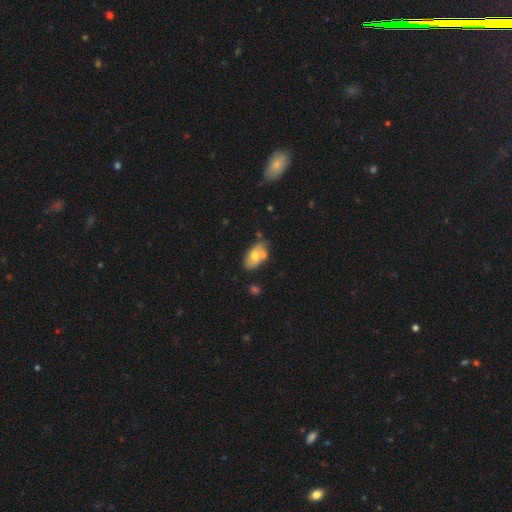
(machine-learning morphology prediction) The model was most divided on "merging": none: 49%, merger: 25%, minor disturbance: 21%, major disturbance: 5%. More confident: how rounded — in between (92%); smooth or featured — smooth (62%).